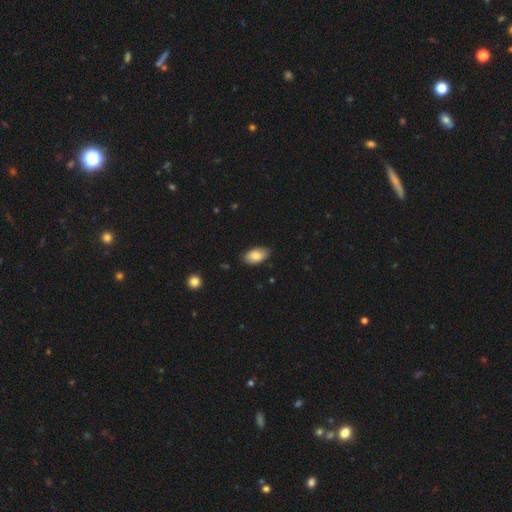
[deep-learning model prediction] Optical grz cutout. It shows a smooth galaxy with no disk features (81%) that is in between round and cigar-shaped (94%). Merging: none (84%).